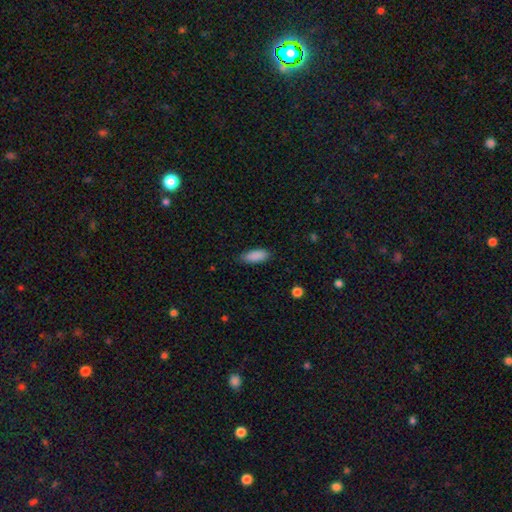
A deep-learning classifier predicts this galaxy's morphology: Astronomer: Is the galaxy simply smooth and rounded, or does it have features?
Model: smooth — 89%.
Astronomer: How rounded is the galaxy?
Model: in between — 78%.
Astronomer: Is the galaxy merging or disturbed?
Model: none — 81%.